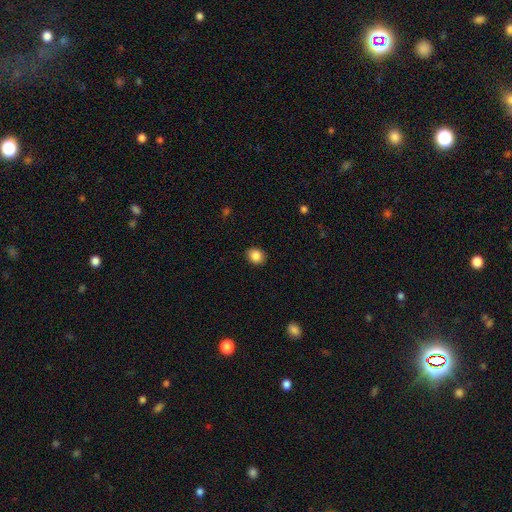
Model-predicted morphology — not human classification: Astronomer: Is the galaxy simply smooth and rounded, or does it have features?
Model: smooth — 87%.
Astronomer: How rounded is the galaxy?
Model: round — 66%.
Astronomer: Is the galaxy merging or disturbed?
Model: none — 89%.